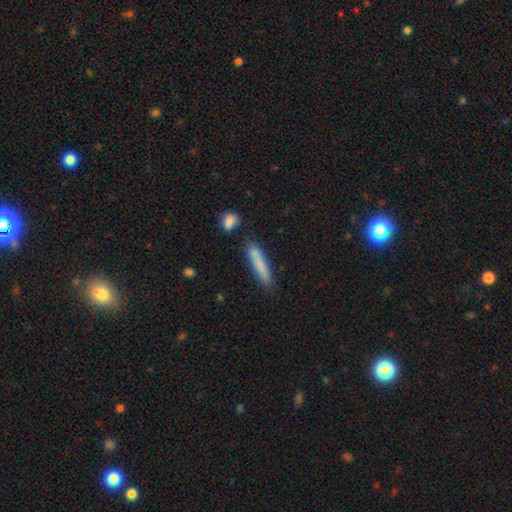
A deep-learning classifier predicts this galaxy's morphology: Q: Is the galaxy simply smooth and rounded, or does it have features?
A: smooth — 78%.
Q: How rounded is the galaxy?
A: cigar-shaped — 90%.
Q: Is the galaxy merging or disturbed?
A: none — 78%.